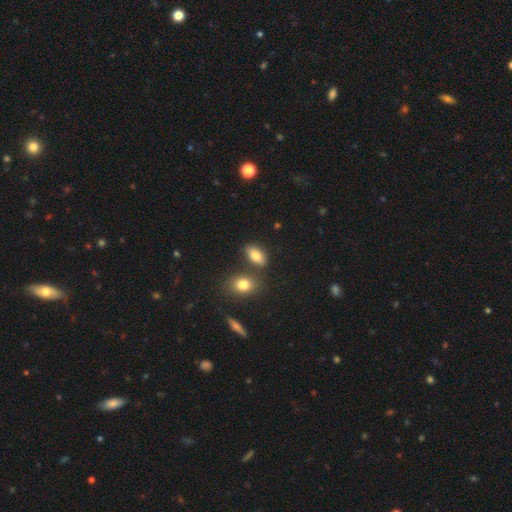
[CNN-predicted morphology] Smooth or featured? Predicted: smooth (p=0.81). How rounded? Predicted: in between (p=0.88). Merging? Predicted: none (p=0.71).